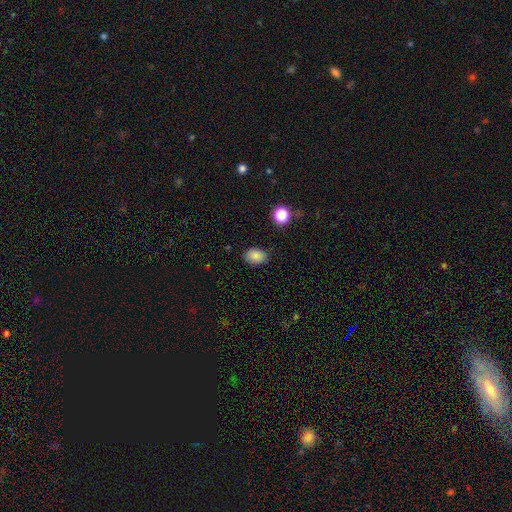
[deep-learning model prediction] Morphology: type=smooth (85%); roundness=in between (78%); merging=none (83%).